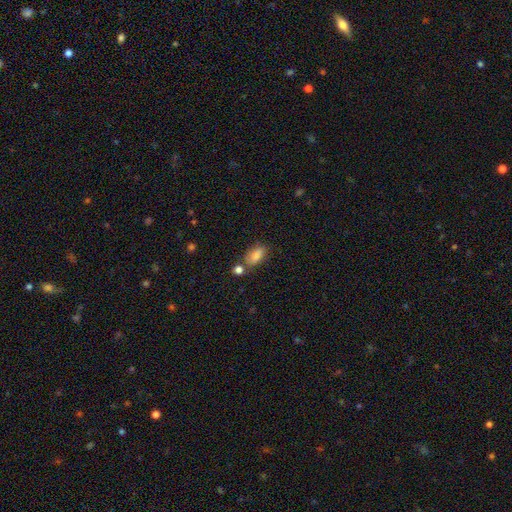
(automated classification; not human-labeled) This appears to be a smooth galaxy with no disk features (84%) that is in between round and cigar-shaped (88%). Merging: none (64%).